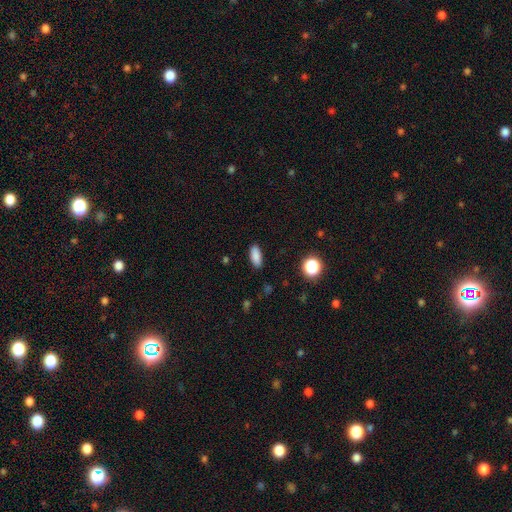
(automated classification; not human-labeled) smooth_or_featured: smooth (p=0.86) [alt: star or artifact p=0.09]
how_rounded: in between (p=0.77) [alt: cigar-shaped p=0.20]
merging: none (p=0.89) [alt: minor disturbance p=0.08]